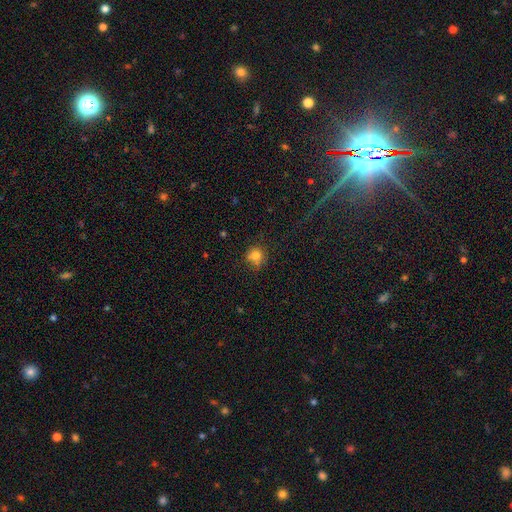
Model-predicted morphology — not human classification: Smooth or featured? smooth (77%)
How rounded? round (85%)
Merging? none (67%)